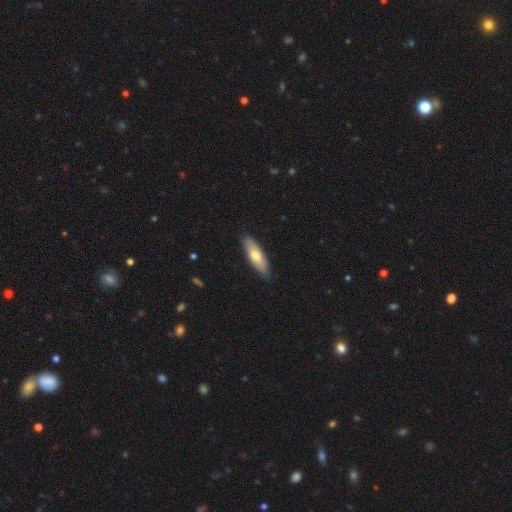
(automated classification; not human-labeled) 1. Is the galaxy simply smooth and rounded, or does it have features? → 64% smooth, 31% featured or disk, 5% star or artifact.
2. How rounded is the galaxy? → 52% in between, 46% cigar-shaped, 2% round.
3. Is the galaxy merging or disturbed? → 85% none, 12% minor disturbance, 2% major disturbance, 1% merger.